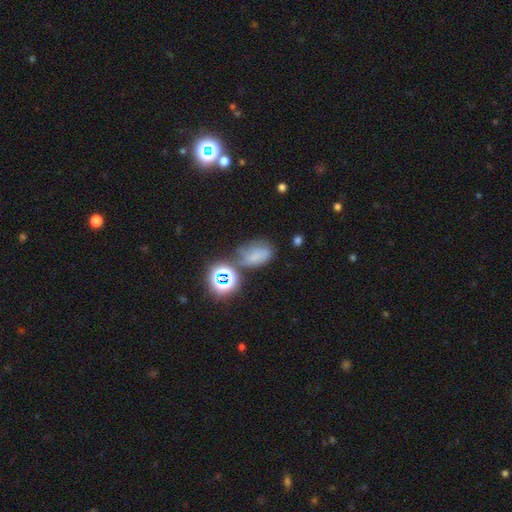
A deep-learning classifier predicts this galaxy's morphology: This appears to be a smooth galaxy with no disk features (54%) that is in between round and cigar-shaped (73%). Merging: none (44%).